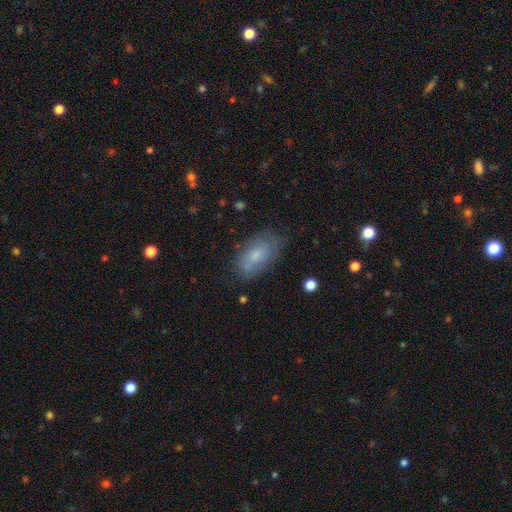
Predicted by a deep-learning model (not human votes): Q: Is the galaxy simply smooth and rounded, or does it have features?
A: smooth — 69%.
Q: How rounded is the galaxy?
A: in between — 92%.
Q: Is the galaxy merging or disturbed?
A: none — 71%.